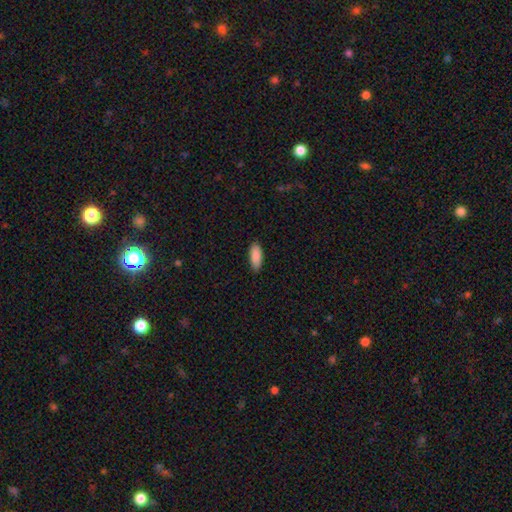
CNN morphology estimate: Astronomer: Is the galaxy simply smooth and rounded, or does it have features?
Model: smooth — 90%.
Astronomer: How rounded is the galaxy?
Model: in between — 77%.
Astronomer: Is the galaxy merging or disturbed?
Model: none — 87%.